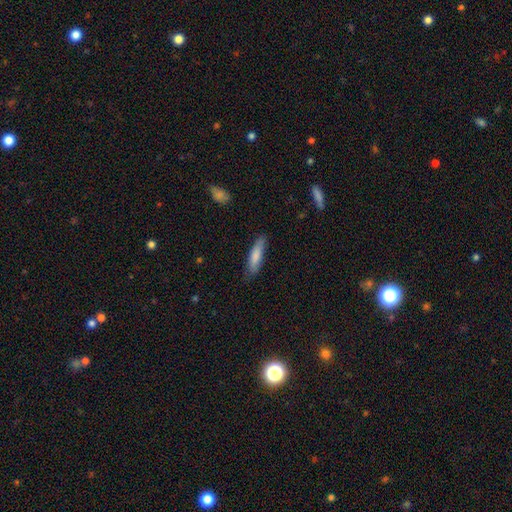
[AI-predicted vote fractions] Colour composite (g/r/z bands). It shows a smooth galaxy with no disk features (81%) that is cigar-shaped (70%). Merging: none (78%).